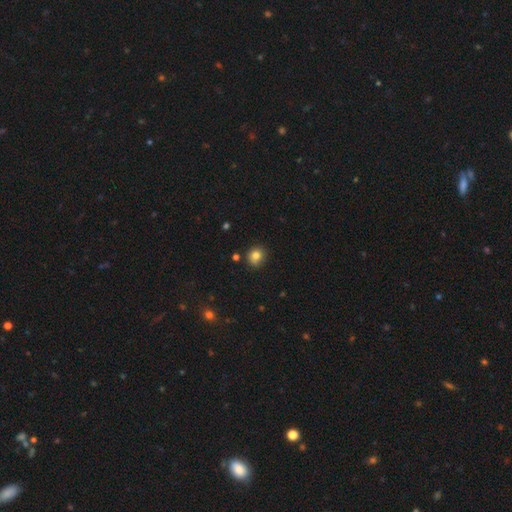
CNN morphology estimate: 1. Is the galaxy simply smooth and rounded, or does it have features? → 81% smooth, 12% star or artifact, 7% featured or disk.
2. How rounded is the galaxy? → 83% round, 16% in between, 1% cigar-shaped.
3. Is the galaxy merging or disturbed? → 81% none, 13% minor disturbance, 3% merger, 3% major disturbance.